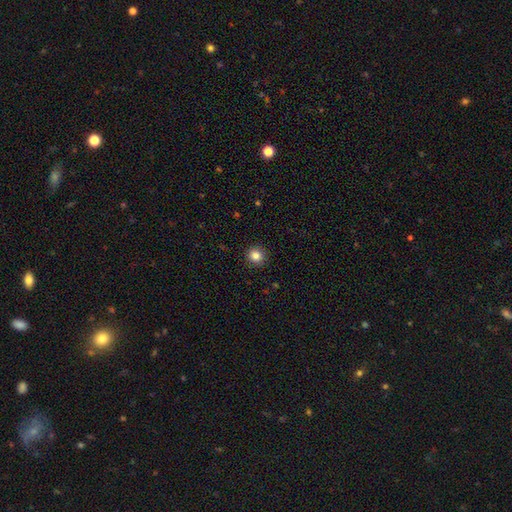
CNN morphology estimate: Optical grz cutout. It shows a smooth galaxy with no disk features (85%) that is round (92%). Merging: none (92%).